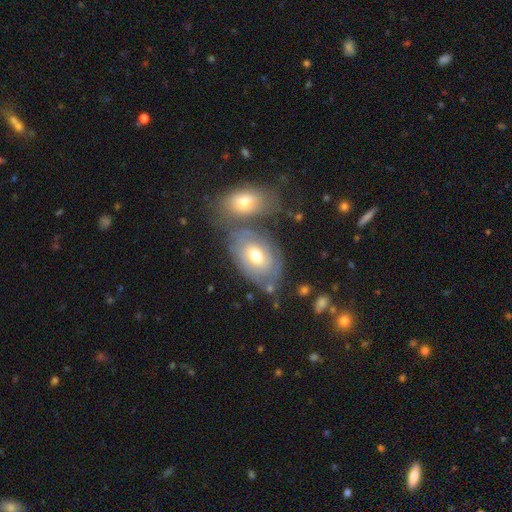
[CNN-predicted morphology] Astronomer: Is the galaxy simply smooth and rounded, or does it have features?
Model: featured or disk — 58% (runner-up: smooth, 35%).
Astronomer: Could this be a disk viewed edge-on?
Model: no — 93%.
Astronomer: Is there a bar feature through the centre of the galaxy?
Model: no — 69%.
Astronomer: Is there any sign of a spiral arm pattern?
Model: yes — 64%.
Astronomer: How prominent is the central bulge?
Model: moderate — 72%.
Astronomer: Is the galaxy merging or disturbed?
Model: none — 49% (runner-up: merger, 26%).